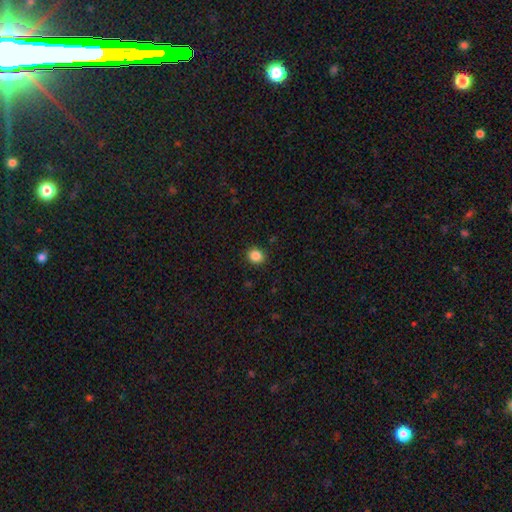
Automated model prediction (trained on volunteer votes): smooth_or_featured: smooth (p=0.87) [alt: star or artifact p=0.10]
how_rounded: round (p=0.78) [alt: in between p=0.22]
merging: none (p=0.90) [alt: minor disturbance p=0.07]